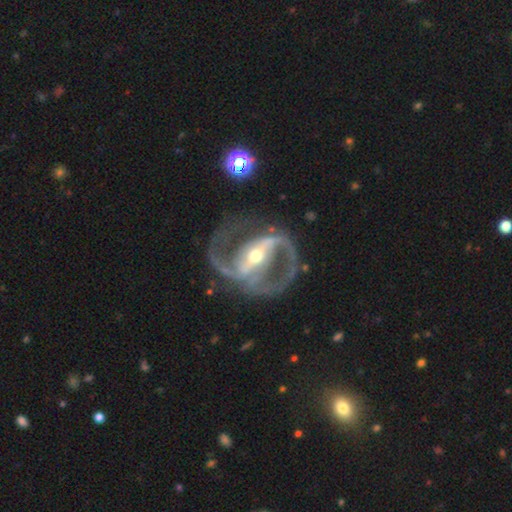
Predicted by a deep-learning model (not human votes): A featured or disk galaxy (91%) with a strong bar (71%), 2 (92%) medium (58%) spiral arms (95%) and a moderate central bulge (60%). Merging: none (72%).